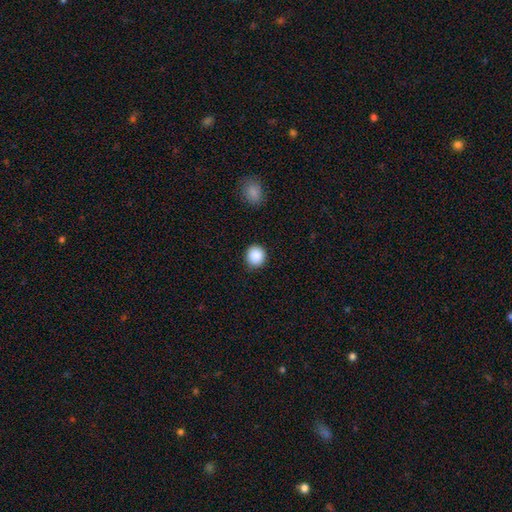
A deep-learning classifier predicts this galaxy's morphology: A smooth galaxy with no disk features (88%) that is round (90%). Merging: none (88%).